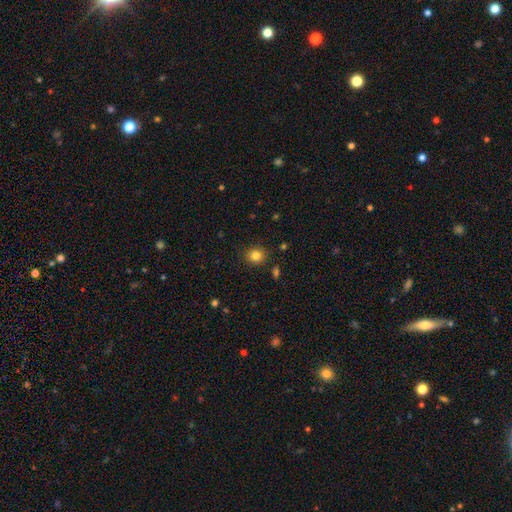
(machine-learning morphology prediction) A smooth galaxy with no disk features (82%) that is round (82%). Merging: none (89%).